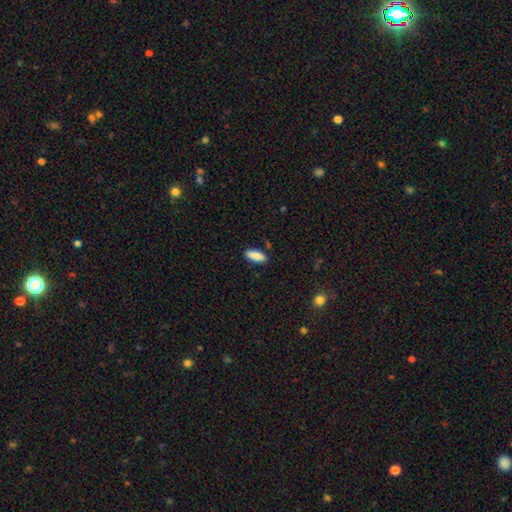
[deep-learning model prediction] The model was most divided on "how rounded": in between: 76%, cigar-shaped: 22%, round: 2%. More confident: smooth or featured — smooth (88%); merging — none (85%).